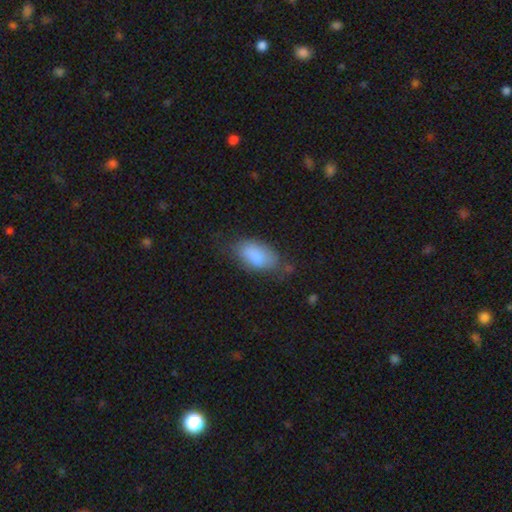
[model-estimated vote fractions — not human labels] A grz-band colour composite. It shows a smooth galaxy with no disk features (84%) that is in between round and cigar-shaped (92%). Merging: none (58%).